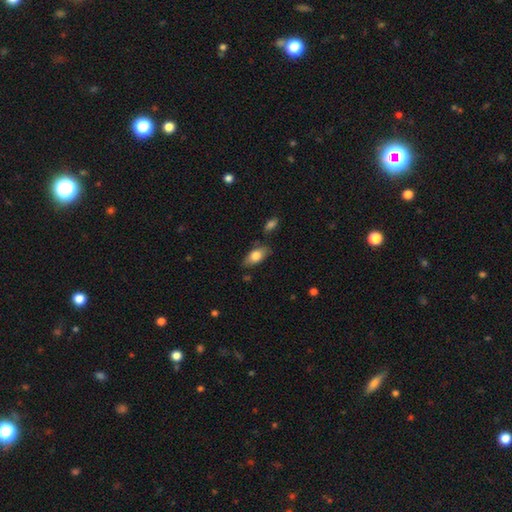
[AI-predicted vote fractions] This is likely a smooth galaxy (76%). How rounded: clearly in between (90%). Merging: likely none (74%).